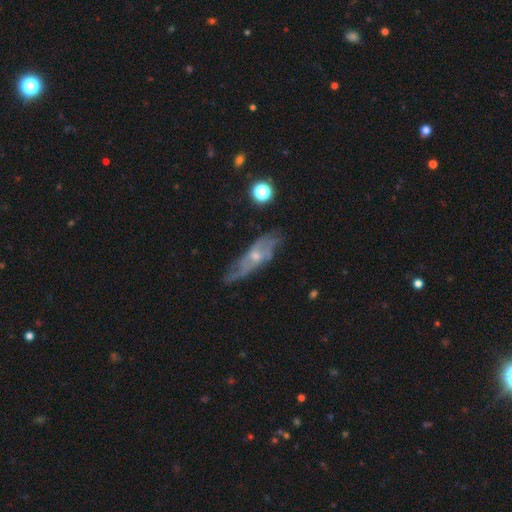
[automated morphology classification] Overall: featured or disk (70%). Edge-on disk: no (68%; yes 32%). Merging: none (65%).